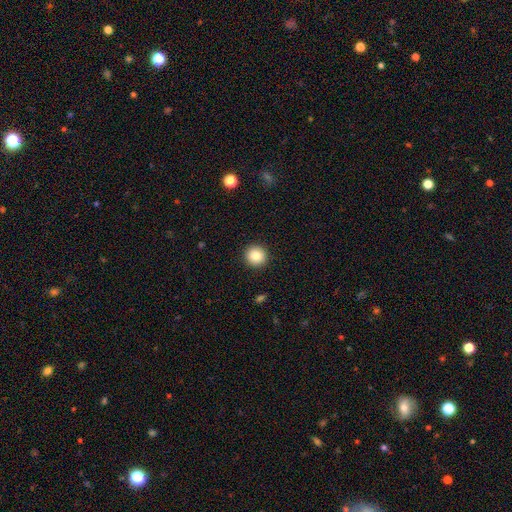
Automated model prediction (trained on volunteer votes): Smooth or featured? Predicted: smooth (p=0.84). How rounded? Predicted: round (p=0.94). Merging? Predicted: none (p=0.92).